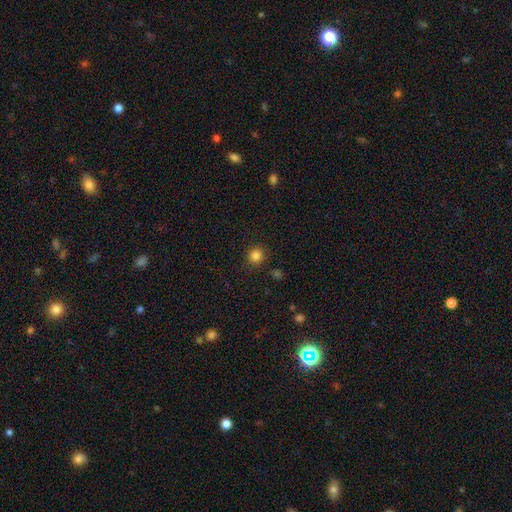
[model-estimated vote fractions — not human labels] The model was most divided on "smooth or featured": smooth: 83%, star or artifact: 12%, featured or disk: 4%. More confident: how rounded — round (91%); merging — none (88%).